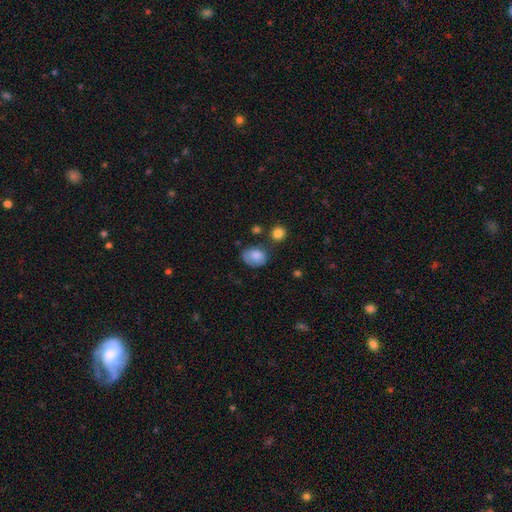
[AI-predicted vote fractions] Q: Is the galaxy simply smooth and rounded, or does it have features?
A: smooth — 77%.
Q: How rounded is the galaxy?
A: in between — 67%.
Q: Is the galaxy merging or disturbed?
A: none — 52%.